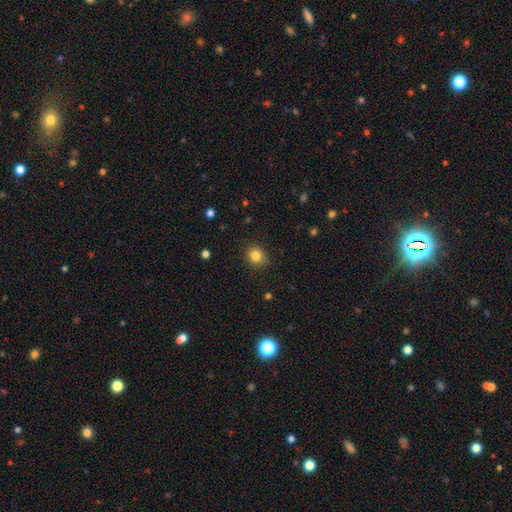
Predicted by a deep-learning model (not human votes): Morphology: type=smooth (83%); roundness=round (70%); merging=none (84%).